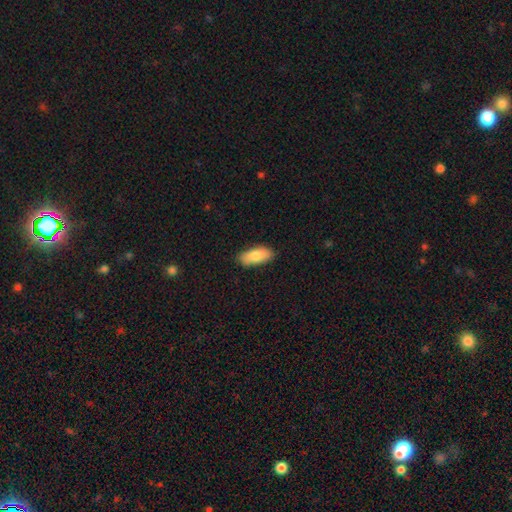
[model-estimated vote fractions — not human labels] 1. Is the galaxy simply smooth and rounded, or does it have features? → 82% smooth, 12% featured or disk, 6% star or artifact.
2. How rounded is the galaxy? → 85% in between, 13% cigar-shaped, 2% round.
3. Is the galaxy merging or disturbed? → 86% none, 11% minor disturbance, 2% major disturbance, 1% merger.